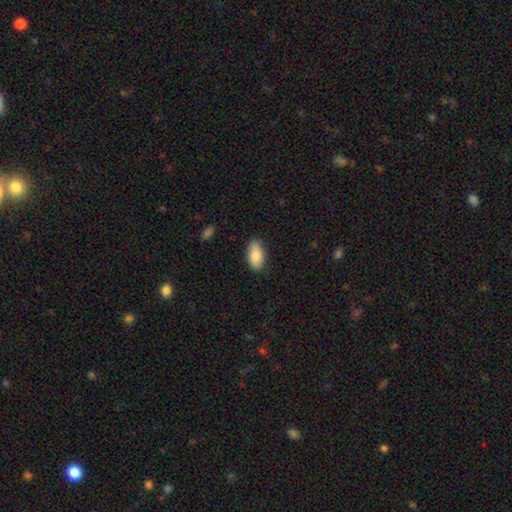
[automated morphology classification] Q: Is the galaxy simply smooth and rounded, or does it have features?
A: smooth — 87%.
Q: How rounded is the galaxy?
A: in between — 92%.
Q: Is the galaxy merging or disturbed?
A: none — 84%.